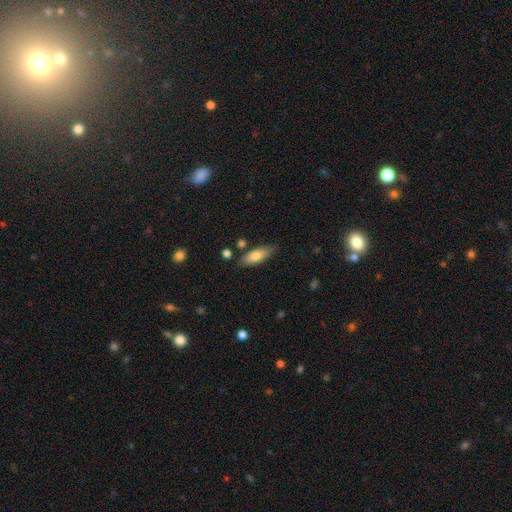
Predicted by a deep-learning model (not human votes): smooth 74%, featured or disk 20%, star or artifact 6%. Down the decision tree: how rounded — in between (66%); merging — none (77%).